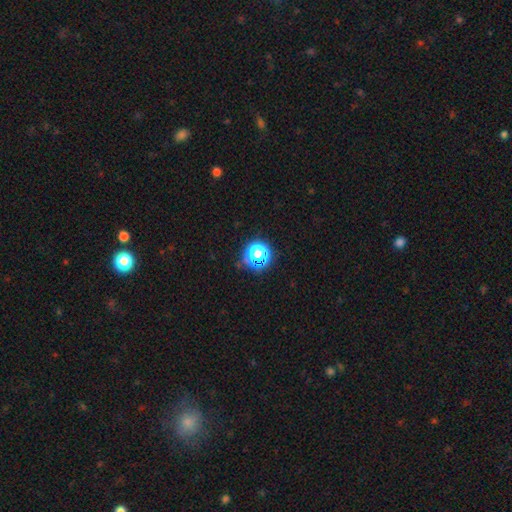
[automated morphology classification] smooth_or_featured: smooth (p=0.47) [alt: star or artifact p=0.44]
merging: none (p=0.73) [alt: minor disturbance p=0.14]